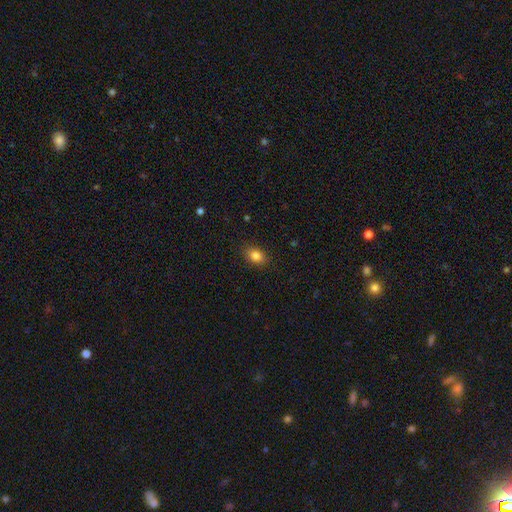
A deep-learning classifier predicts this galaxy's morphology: smooth_or_featured: smooth (p=0.84) [alt: star or artifact p=0.10]
how_rounded: in between (p=0.74) [alt: round p=0.25]
merging: none (p=0.87) [alt: minor disturbance p=0.09]